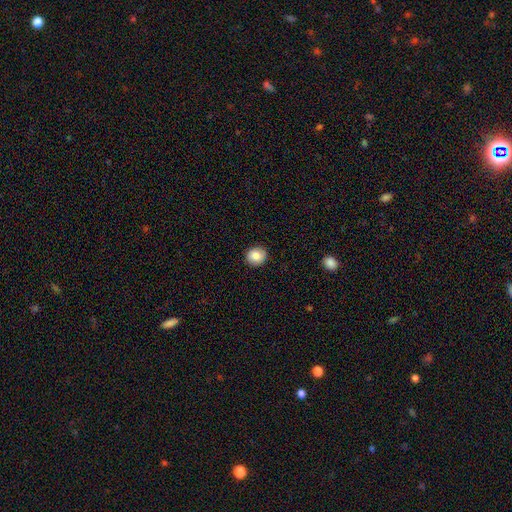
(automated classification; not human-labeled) The model was most divided on "how rounded": round: 85%, in between: 14%, cigar-shaped: 1%. More confident: merging — none (89%); smooth or featured — smooth (85%).